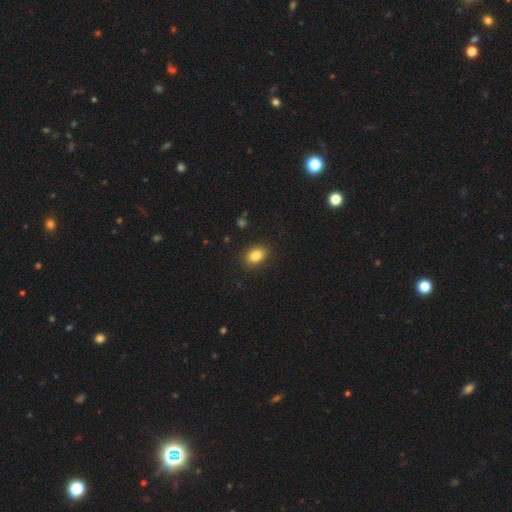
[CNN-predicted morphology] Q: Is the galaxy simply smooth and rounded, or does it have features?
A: smooth — 84%.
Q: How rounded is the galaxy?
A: in between — 73%.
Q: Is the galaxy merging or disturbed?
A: none — 89%.